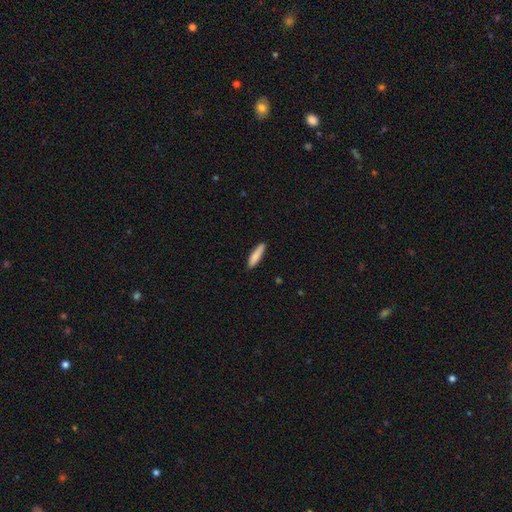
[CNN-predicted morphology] This appears to be a smooth galaxy with no disk features (84%) that is cigar-shaped (77%). Merging: none (86%).